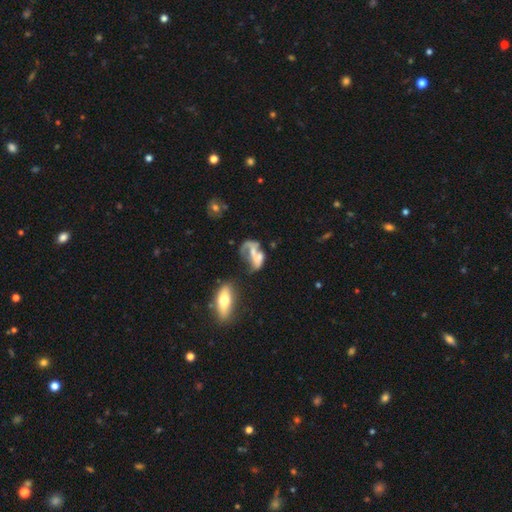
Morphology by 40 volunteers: A featured or disk galaxy (62%) with no bar (64%), no spiral arms (56%) and a moderate central bulge (36%, tied with none). Merging: merger (47%).